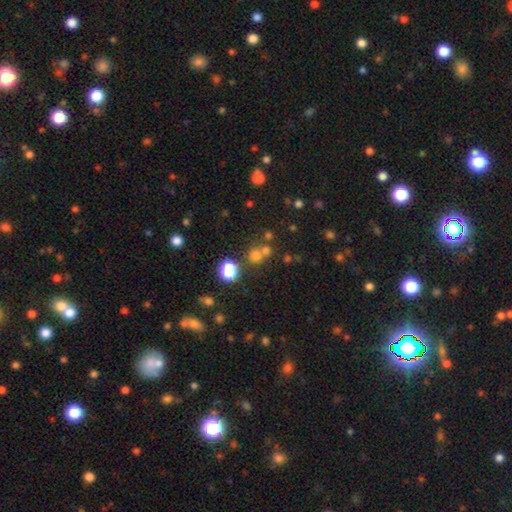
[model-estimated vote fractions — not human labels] A smooth galaxy with no disk features (63%) that is round (88%).

Vote fractions:
- Smooth or featured? smooth: 63% / star or artifact: 27% / featured or disk: 10%
- How rounded? round: 88% / in between: 11% / cigar-shaped: 1%
- Merging? none: 58% / merger: 30% / minor disturbance: 8% / major disturbance: 4%